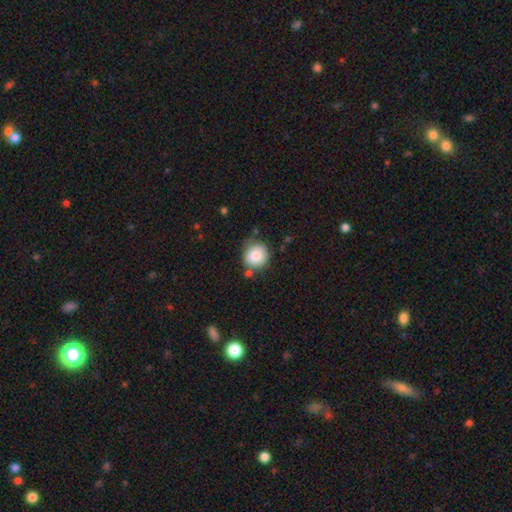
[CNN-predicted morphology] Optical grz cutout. It shows a smooth galaxy with no disk features (85%) that is round (87%). Merging: none (70%).